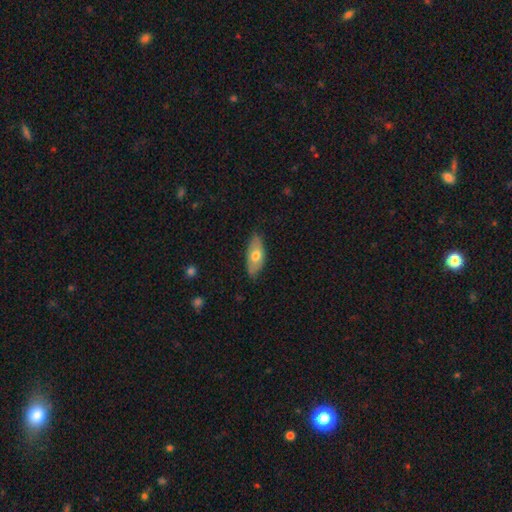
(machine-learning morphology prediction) smooth 65%, featured or disk 29%, star or artifact 6%. Down the decision tree: how rounded — in between (85%); merging — none (79%).